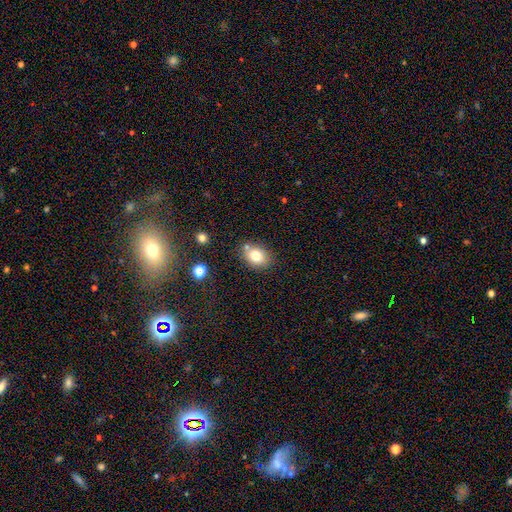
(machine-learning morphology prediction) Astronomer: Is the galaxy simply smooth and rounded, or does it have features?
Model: smooth — 78%.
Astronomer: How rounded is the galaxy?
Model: in between — 65%.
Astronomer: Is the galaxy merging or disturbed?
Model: none — 72%.